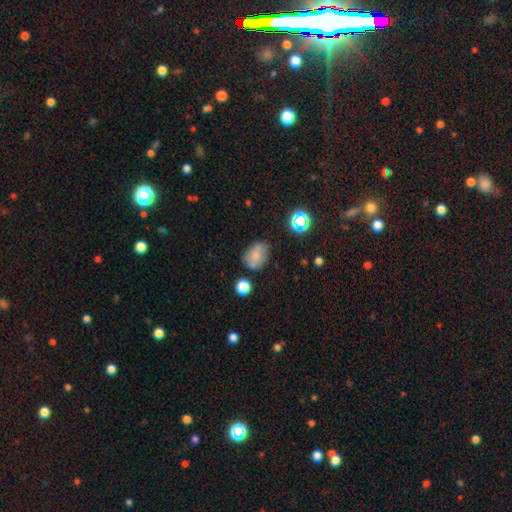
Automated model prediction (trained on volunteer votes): smooth_or_featured: smooth (p=0.69) [alt: featured or disk p=0.17]
how_rounded: in between (p=0.73) [alt: round p=0.26]
merging: none (p=0.63) [alt: minor disturbance p=0.25]